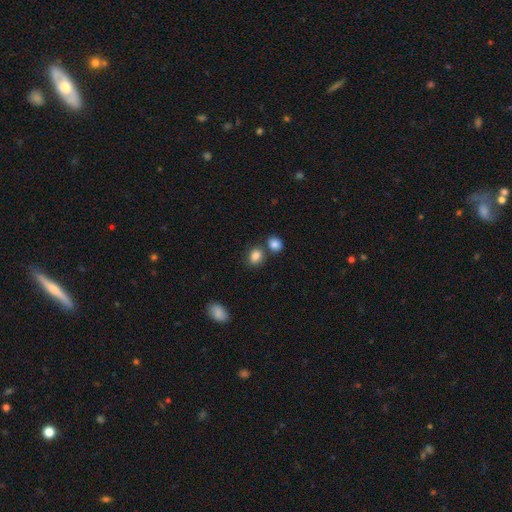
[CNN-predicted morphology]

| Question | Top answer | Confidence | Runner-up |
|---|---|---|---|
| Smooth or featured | smooth | 85% | star or artifact (10%) |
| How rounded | in between | 56% | round (42%) |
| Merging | none | 63% | merger (21%) |